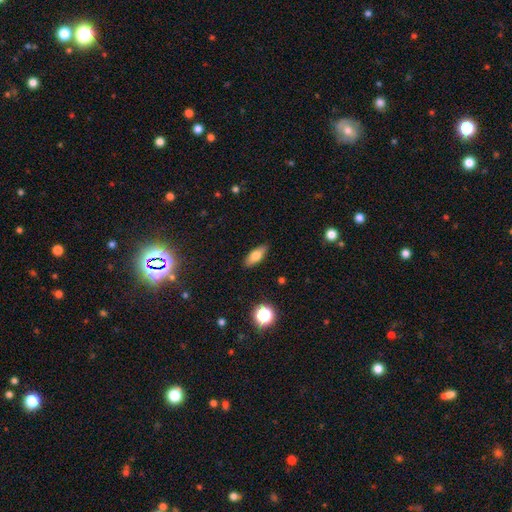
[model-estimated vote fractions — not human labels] This appears to be a smooth galaxy with no disk features (72%) that is in between round and cigar-shaped (73%). Merging: none (88%).